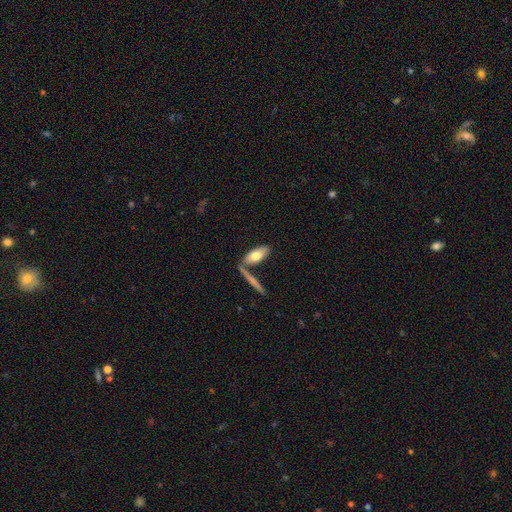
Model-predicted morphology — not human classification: smooth_or_featured: smooth (p=0.71) [alt: featured or disk p=0.24]
how_rounded: in between (p=0.70) [alt: cigar-shaped p=0.28]
merging: none (p=0.62) [alt: merger p=0.21]